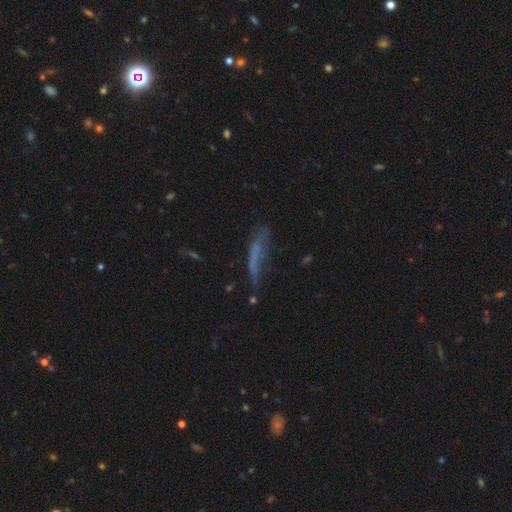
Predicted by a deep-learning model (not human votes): smooth_or_featured: smooth (p=0.46) [alt: featured or disk p=0.37]
merging: none (p=0.42) [alt: major disturbance p=0.26]